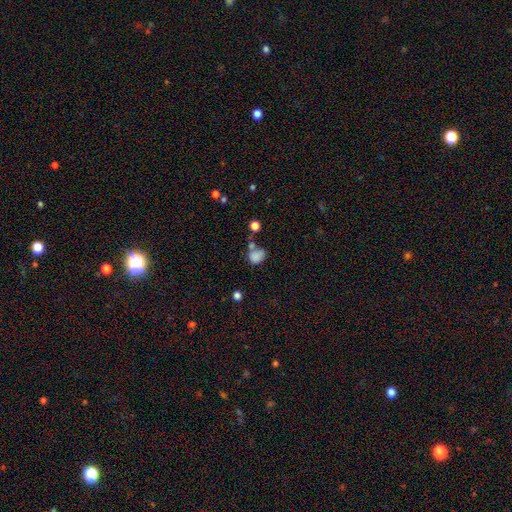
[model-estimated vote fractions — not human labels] Smooth or featured?
  - smooth: 80% *
  - star or artifact: 11%
  - featured or disk: 9%
How rounded?
  - round: 51% *
  - in between: 48%
  - cigar-shaped: 1%
Merging?
  - none: 37% *
  - merger: 27%
  - minor disturbance: 22%
  - major disturbance: 13%